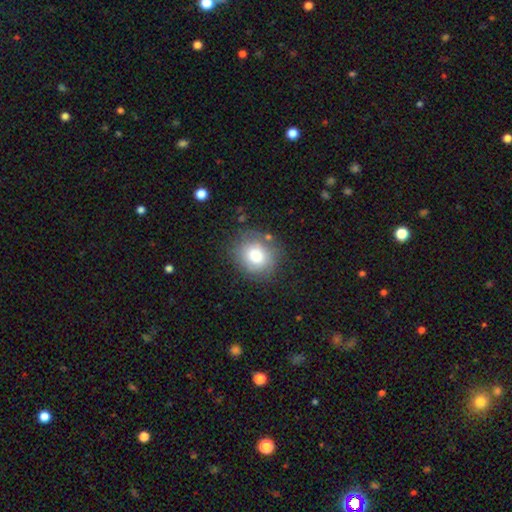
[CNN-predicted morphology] smooth-or-featured: smooth: 77% | featured or disk: 14% | star or artifact: 9%
  how-rounded: round: 77% | in between: 22% | cigar-shaped: 1%
  merging: none: 75% | minor disturbance: 17% | major disturbance: 6% | merger: 3%